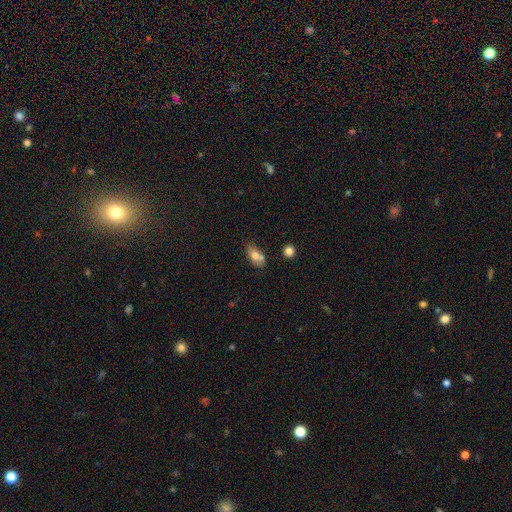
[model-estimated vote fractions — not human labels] Smooth or featured: smooth — 71% (featured or disk — 21%)
How rounded: in between — 85% (round — 9%)
Merging: none — 52% (merger — 27%)